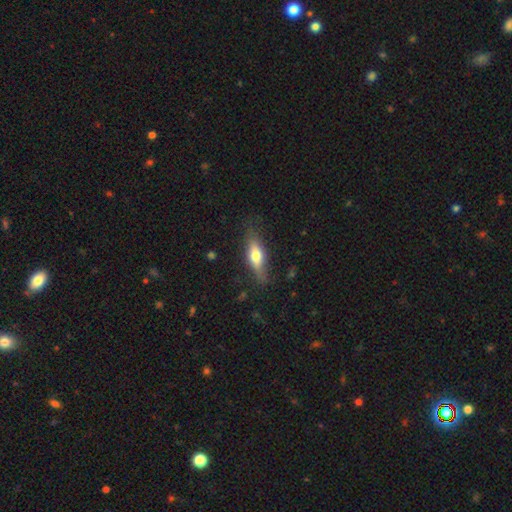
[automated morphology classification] Overall: smooth (57%; featured or disk 37%). How rounded: in between (51%; cigar-shaped 45%). Merging: none (73%).